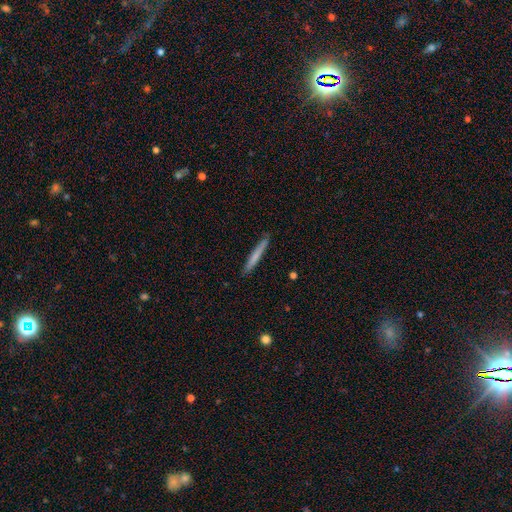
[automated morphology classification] Smooth or featured?
  - smooth: 70% *
  - featured or disk: 25%
  - star or artifact: 5%
How rounded?
  - cigar-shaped: 97% *
  - in between: 2%
  - round: 1%
Merging?
  - none: 90% *
  - minor disturbance: 8%
  - major disturbance: 1%
  - merger: 1%